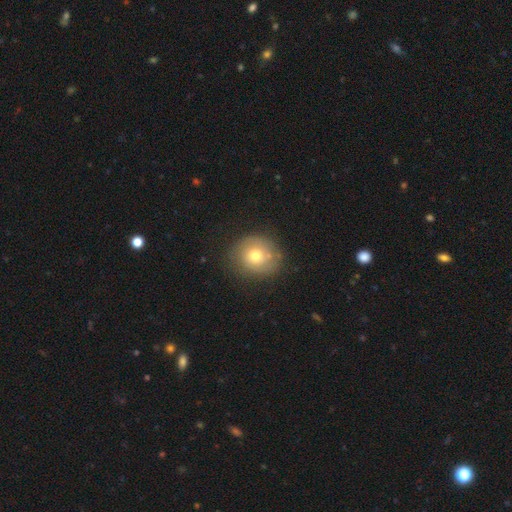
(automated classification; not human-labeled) A smooth galaxy with no disk features (58%) that is round (74%).

Vote fractions:
- Smooth or featured? smooth: 58% / featured or disk: 32% / star or artifact: 9%
- How rounded? round: 74% / in between: 25% / cigar-shaped: 1%
- Merging? none: 78% / minor disturbance: 16% / major disturbance: 5% / merger: 2%